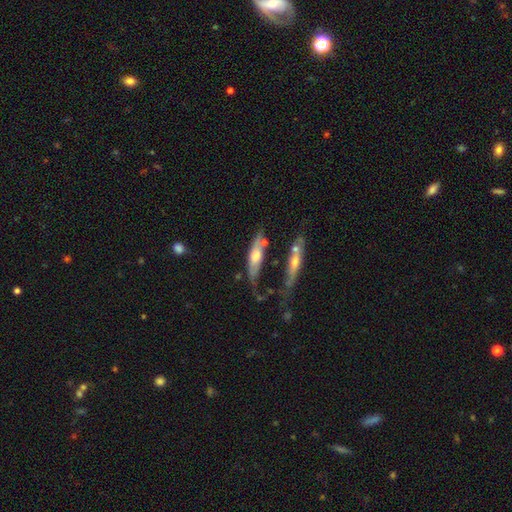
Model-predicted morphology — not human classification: Smooth or featured: featured or disk — 50% (smooth — 43%)
Edge-on disk: yes — 65% (no — 35%)
Merging: none — 41% (minor disturbance — 25%)